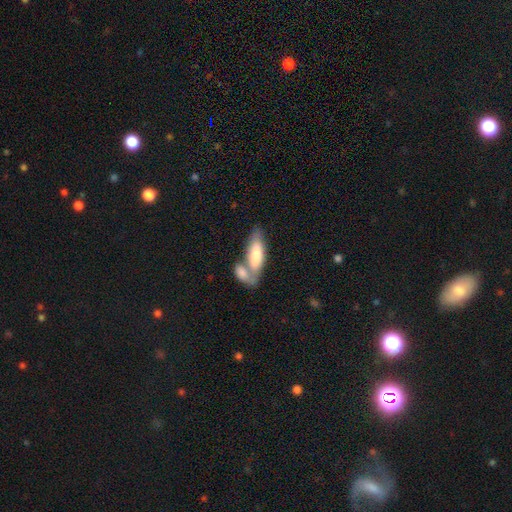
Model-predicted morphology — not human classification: Smooth or featured? Predicted: smooth (p=0.75). How rounded? Predicted: in between (p=0.67). Merging? Predicted: merger (p=0.59).